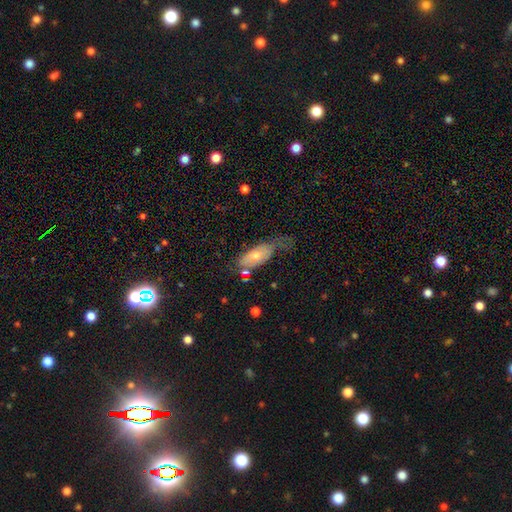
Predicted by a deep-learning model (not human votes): This is possibly a smooth galaxy (58%). How rounded: clearly in between (84%). Merging: marginally minor disturbance (32%, tied with major disturbance).